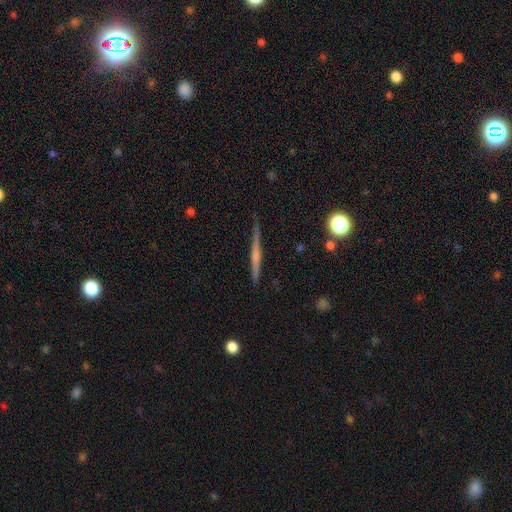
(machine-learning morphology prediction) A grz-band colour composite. It shows a featured or disk galaxy (61%) viewed edge-on (98%) with no central bulge (48%). Merging: none (87%).